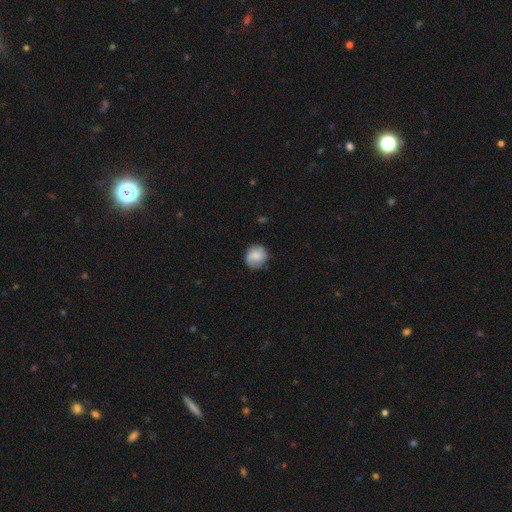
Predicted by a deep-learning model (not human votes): The model was most divided on "smooth or featured": smooth: 76%, featured or disk: 16%, star or artifact: 8%. More confident: how rounded — round (83%); merging — none (80%).